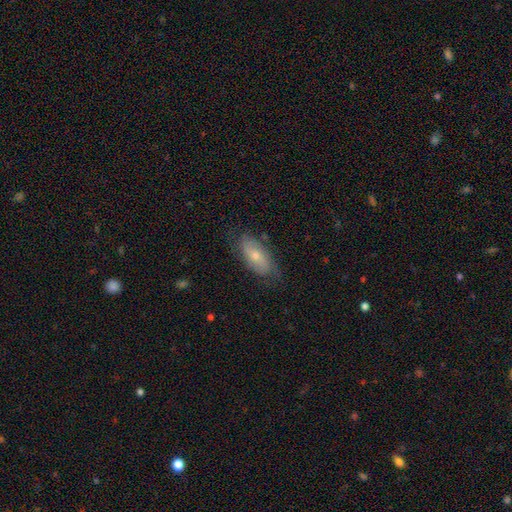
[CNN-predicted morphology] Smooth or featured: smooth — 50% (featured or disk — 43%)
Merging: none — 72% (minor disturbance — 21%)